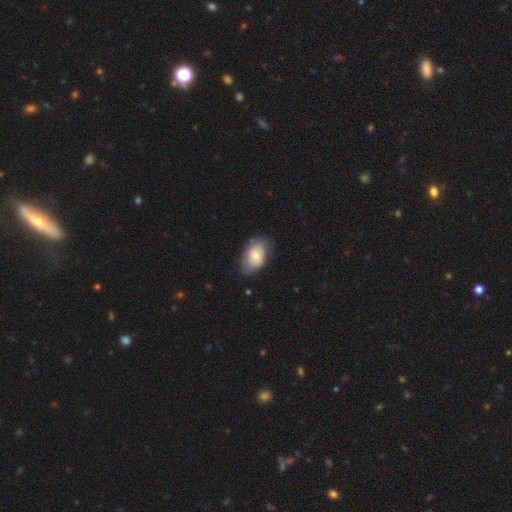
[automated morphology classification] Smooth or featured? smooth (73%)
How rounded? in between (88%)
Merging? none (70%)